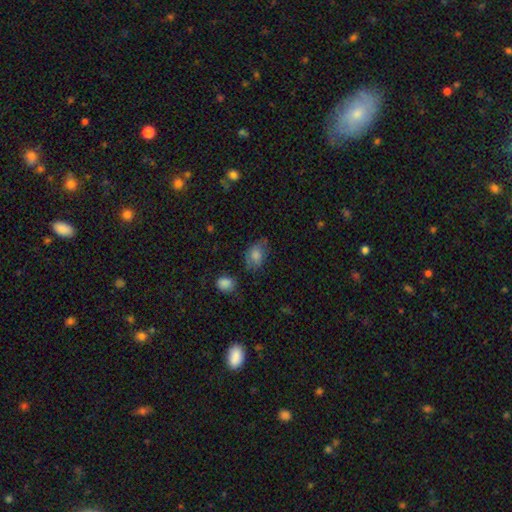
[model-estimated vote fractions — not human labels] smooth 77%, featured or disk 14%, star or artifact 10%. Down the decision tree: how rounded — in between (77%); merging — none (57%).